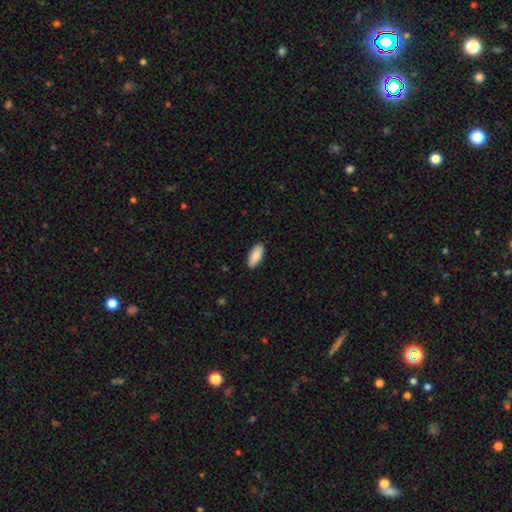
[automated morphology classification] A smooth galaxy with no disk features (88%) that is in between round and cigar-shaped (87%).

Vote fractions:
- Smooth or featured? smooth: 88% / featured or disk: 6% / star or artifact: 6%
- How rounded? in between: 87% / cigar-shaped: 12% / round: 2%
- Merging? none: 89% / minor disturbance: 8% / major disturbance: 2% / merger: 1%